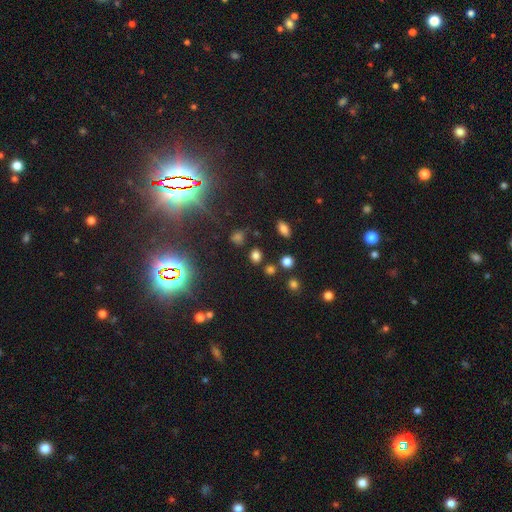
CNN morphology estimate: Overall: smooth (70%). How rounded: round (61%; in between 37%). Merging: none (80%).